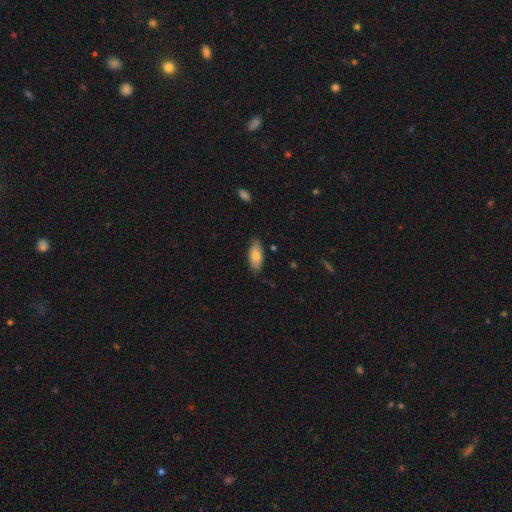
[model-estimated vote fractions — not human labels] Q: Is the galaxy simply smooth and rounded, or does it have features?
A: smooth — 77%.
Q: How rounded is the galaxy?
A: in between — 86%.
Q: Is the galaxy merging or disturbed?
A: none — 81%.